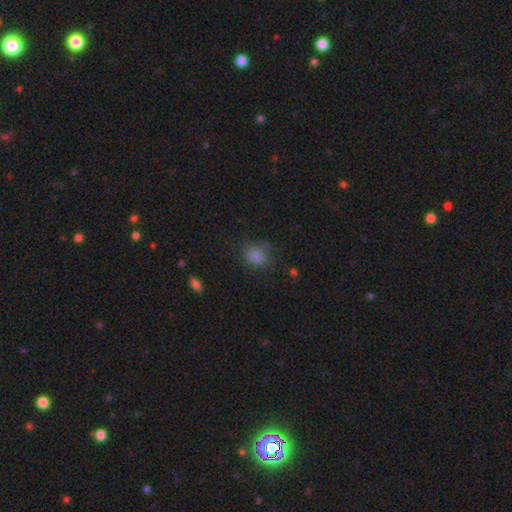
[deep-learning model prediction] A smooth galaxy with no disk features (78%) that is round (65%). Merging: none (65%).